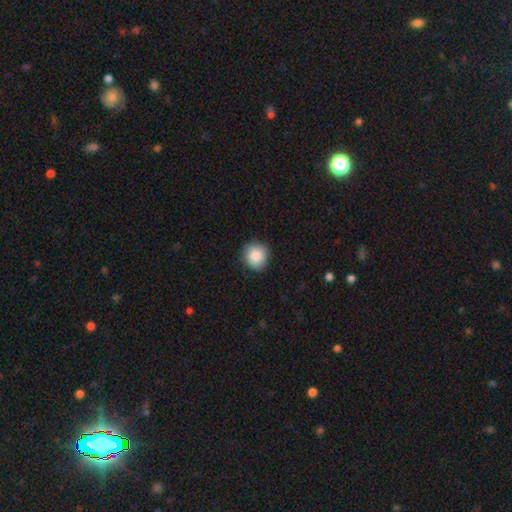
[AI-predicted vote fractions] Smooth or featured?
  - smooth: 88% *
  - star or artifact: 7%
  - featured or disk: 5%
How rounded?
  - round: 88% *
  - in between: 11%
  - cigar-shaped: 1%
Merging?
  - none: 85% *
  - minor disturbance: 12%
  - major disturbance: 2%
  - merger: 1%